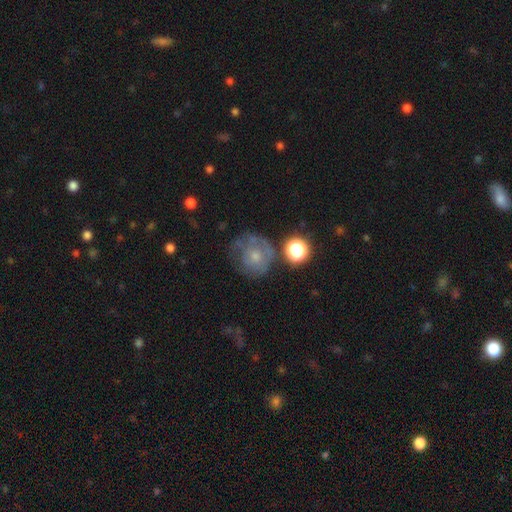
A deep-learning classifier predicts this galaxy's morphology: The model was most divided on "smooth or featured": smooth: 46%, featured or disk: 41%, star or artifact: 13%. Remaining: merging — none (48%).